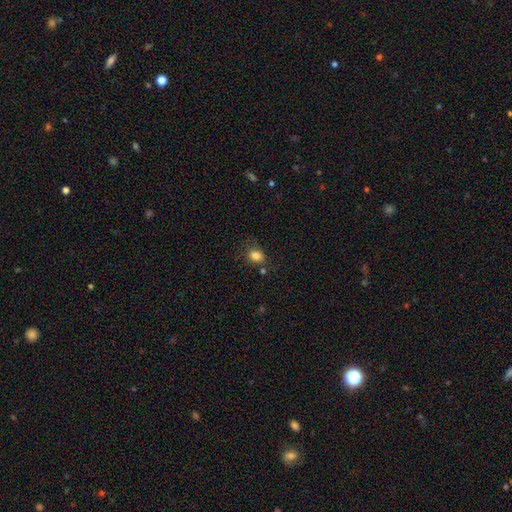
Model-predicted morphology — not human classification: Overall: smooth (83%). How rounded: in between (59%; round 40%). Merging: none (69%).